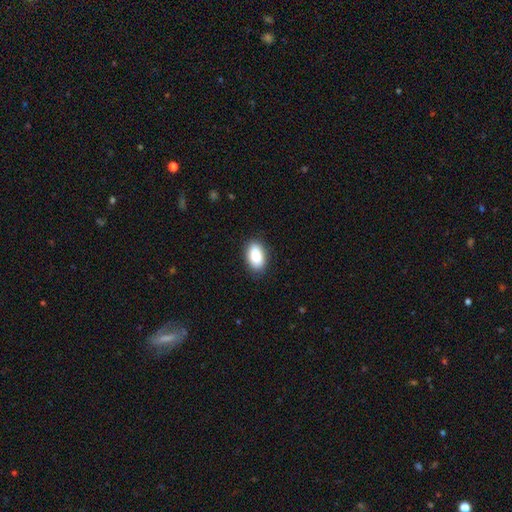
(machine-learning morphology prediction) Smooth or featured?
  - smooth: 89% *
  - star or artifact: 6%
  - featured or disk: 4%
How rounded?
  - in between: 93% *
  - round: 5%
  - cigar-shaped: 2%
Merging?
  - none: 87% *
  - minor disturbance: 10%
  - major disturbance: 2%
  - merger: 1%